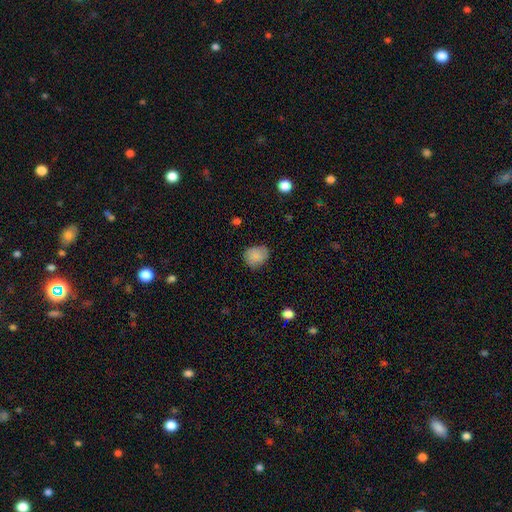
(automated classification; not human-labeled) Overall: smooth (82%). How rounded: round (60%; in between 39%). Merging: none (71%).